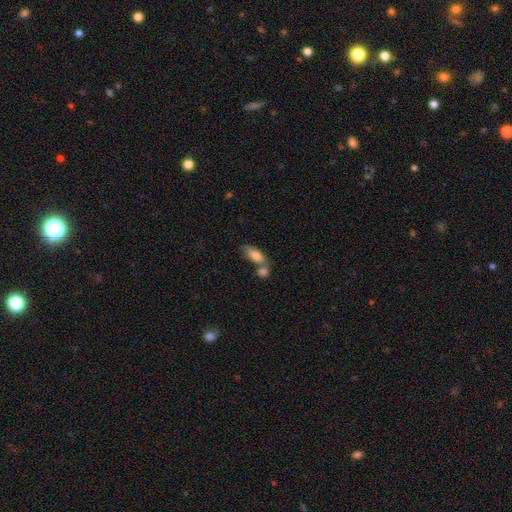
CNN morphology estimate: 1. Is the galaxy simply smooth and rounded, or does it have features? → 81% smooth, 12% featured or disk, 7% star or artifact.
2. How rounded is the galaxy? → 81% in between, 16% cigar-shaped, 3% round.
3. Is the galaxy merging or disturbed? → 47% merger, 37% none, 12% minor disturbance, 5% major disturbance.